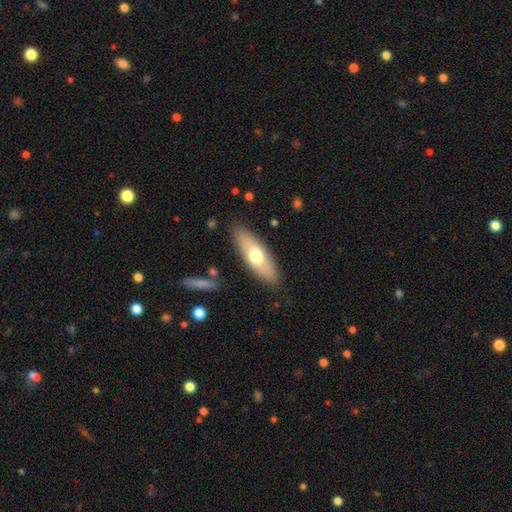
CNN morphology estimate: smooth-or-featured: smooth: 62% | featured or disk: 32% | star or artifact: 6%
  how-rounded: in between: 60% | cigar-shaped: 37% | round: 2%
  merging: none: 86% | minor disturbance: 10% | major disturbance: 2% | merger: 2%